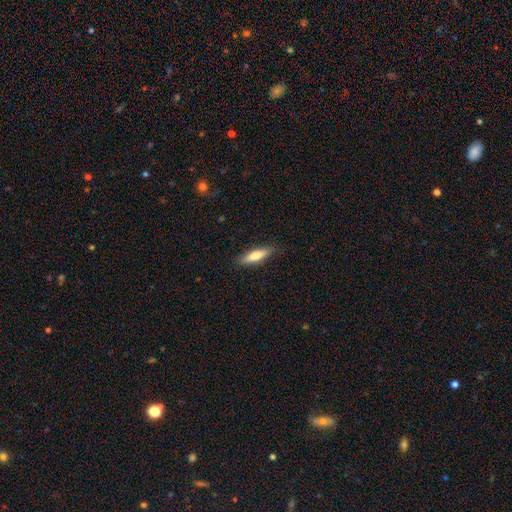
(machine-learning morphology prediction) The model was most divided on "how rounded": cigar-shaped: 65%, in between: 34%, round: 2%. More confident: merging — none (86%); smooth or featured — smooth (68%).